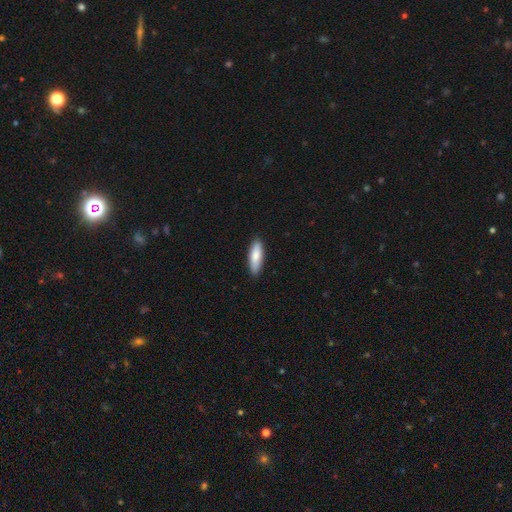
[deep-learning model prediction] A smooth galaxy with no disk features (83%) that is in between round and cigar-shaped (52%).

Vote fractions:
- Smooth or featured? smooth: 83% / featured or disk: 11% / star or artifact: 5%
- How rounded? in between: 52% / cigar-shaped: 47% / round: 2%
- Merging? none: 89% / minor disturbance: 9% / major disturbance: 2% / merger: 1%